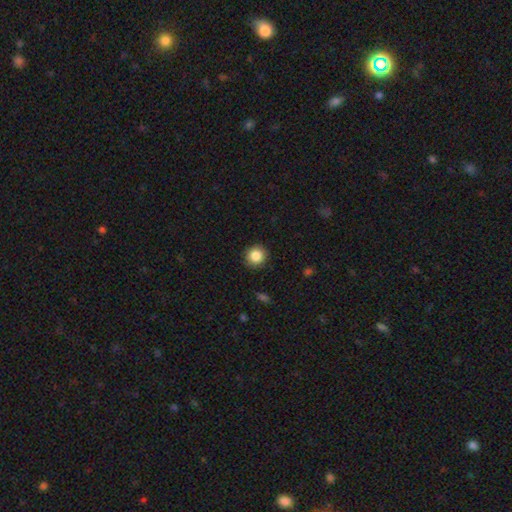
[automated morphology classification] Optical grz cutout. It shows a smooth galaxy with no disk features (86%) that is round (93%). Merging: none (91%).